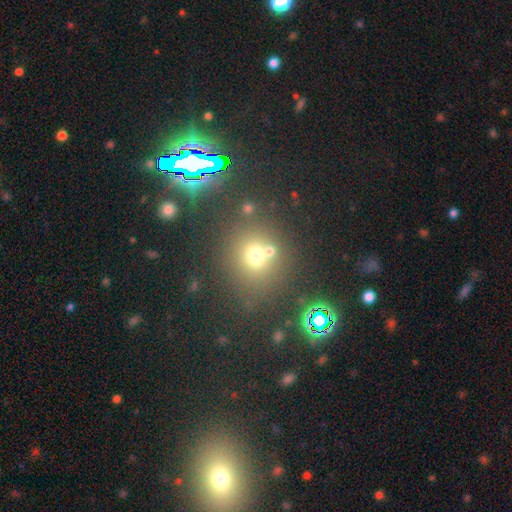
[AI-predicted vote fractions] smooth 64%, star or artifact 24%, featured or disk 12%. Down the decision tree: how rounded — round (82%); merging — none (63%).